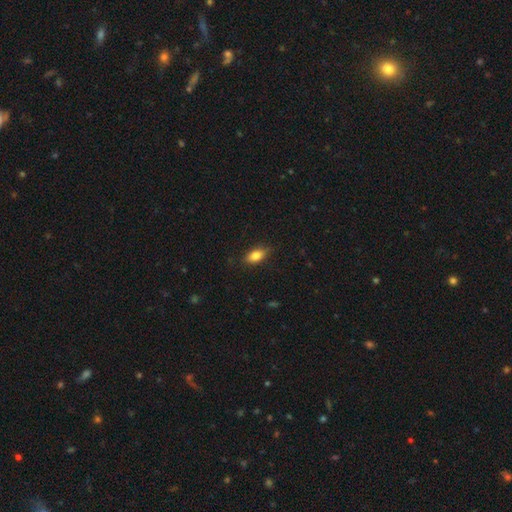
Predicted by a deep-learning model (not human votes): A smooth galaxy with no disk features (81%) that is in between round and cigar-shaped (85%).

Vote fractions:
- Smooth or featured? smooth: 81% / featured or disk: 11% / star or artifact: 8%
- How rounded? in between: 85% / cigar-shaped: 10% / round: 5%
- Merging? none: 83% / minor disturbance: 13% / major disturbance: 3% / merger: 1%